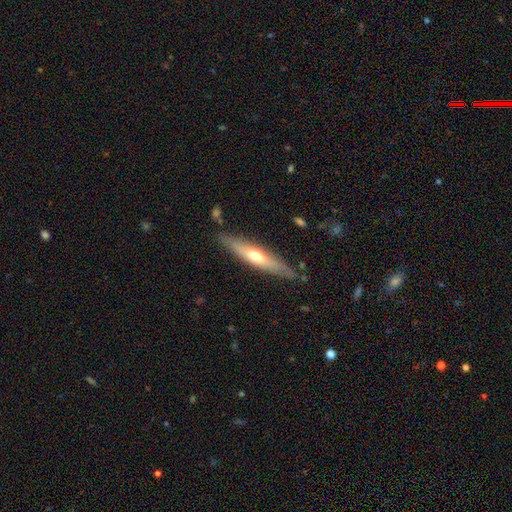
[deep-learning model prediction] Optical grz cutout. It shows a featured or disk galaxy (48%). Merging: none (83%).